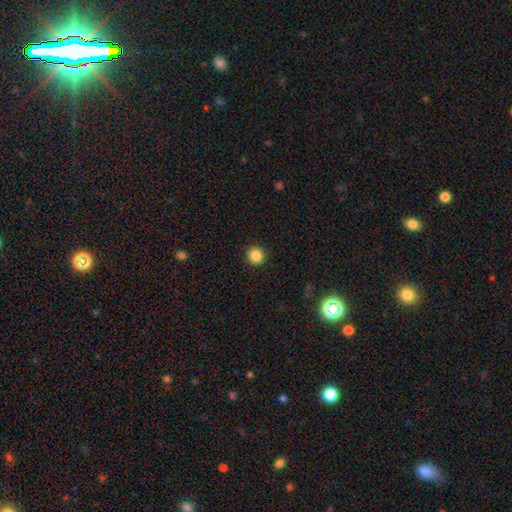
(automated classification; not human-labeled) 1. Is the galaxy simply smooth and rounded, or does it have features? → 86% smooth, 11% star or artifact, 4% featured or disk.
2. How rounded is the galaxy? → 95% round, 4% in between, 1% cigar-shaped.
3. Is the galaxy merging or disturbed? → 93% none, 5% minor disturbance, 2% major disturbance, 1% merger.